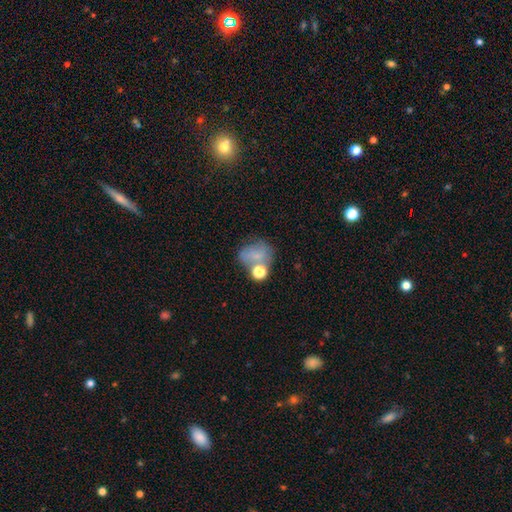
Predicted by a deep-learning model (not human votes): Smooth or featured: smooth — 64% (featured or disk — 20%)
How rounded: round — 54% (in between — 45%)
Merging: none — 40% (merger — 26%)